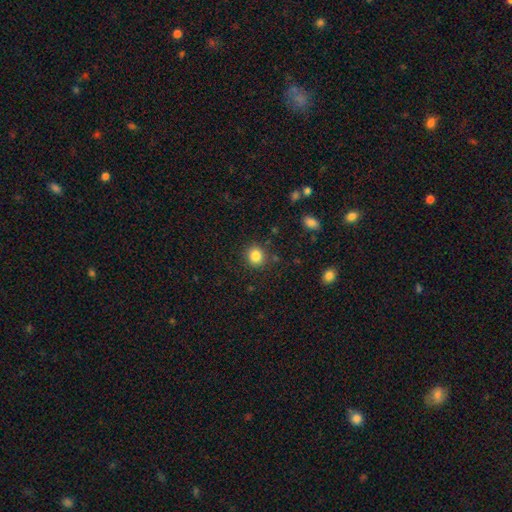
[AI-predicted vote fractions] The model was most divided on "how rounded": round: 81%, in between: 18%, cigar-shaped: 1%. More confident: merging — none (87%); smooth or featured — smooth (84%).